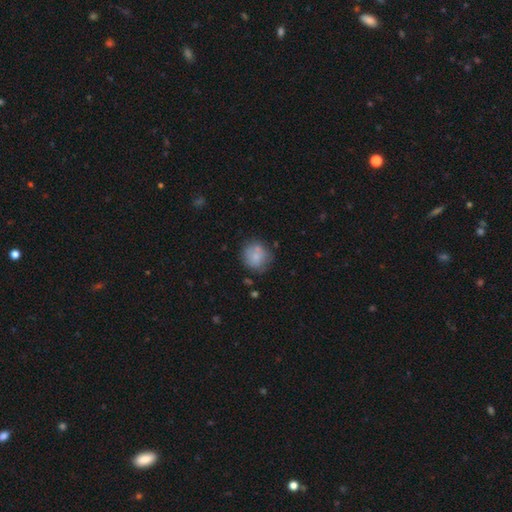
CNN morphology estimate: smooth 71%, featured or disk 20%, star or artifact 9%. Down the decision tree: how rounded — round (82%); merging — none (59%).